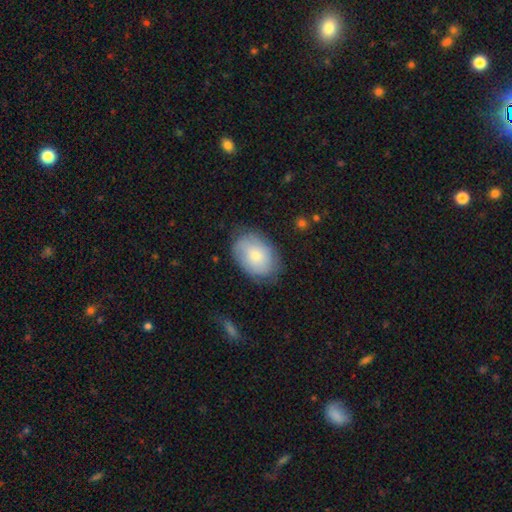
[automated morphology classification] smooth 71%, featured or disk 22%, star or artifact 7%. Down the decision tree: how rounded — in between (82%); merging — none (74%).